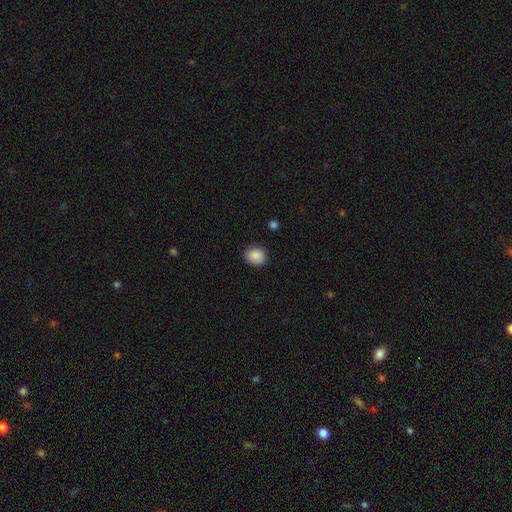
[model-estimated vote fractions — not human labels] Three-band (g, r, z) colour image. It shows a smooth galaxy with no disk features (88%) that is round (64%). Merging: none (85%).